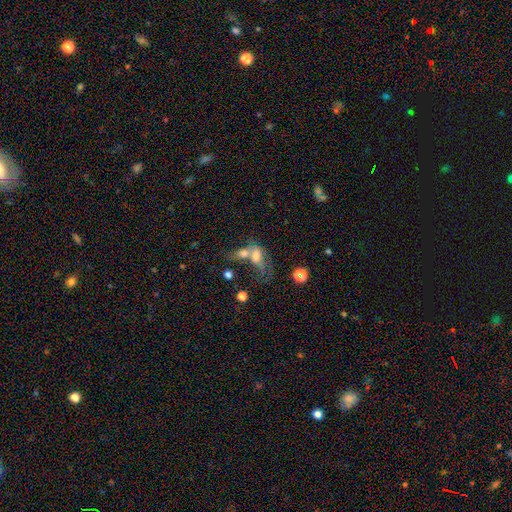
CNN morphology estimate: This is possibly a smooth galaxy (54%). How rounded: likely in between (78%). Merging: likely merger (63%).